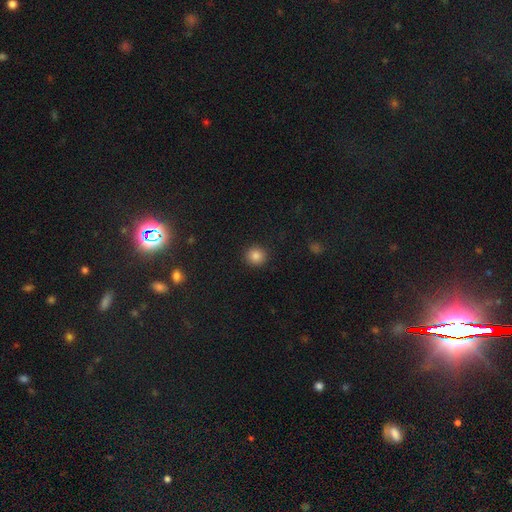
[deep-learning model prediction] Smooth or featured: smooth — 85% (star or artifact — 11%)
How rounded: round — 91% (in between — 8%)
Merging: none — 91% (minor disturbance — 5%)